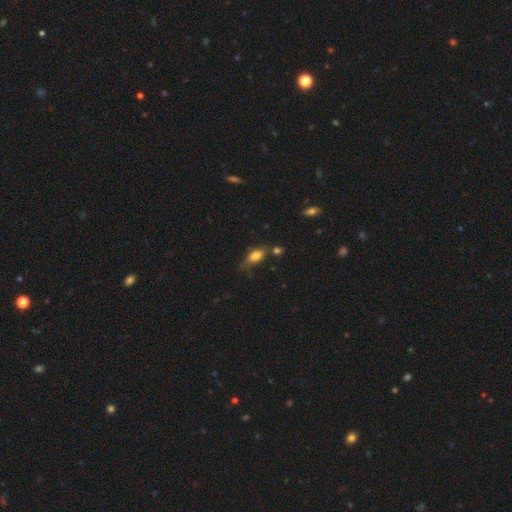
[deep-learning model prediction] Q: Smooth or featured?
A: smooth (76%); runner-up: featured or disk (15%)
Q: How rounded?
A: in between (79%); runner-up: cigar-shaped (16%)
Q: Merging?
A: none (57%); runner-up: minor disturbance (26%)